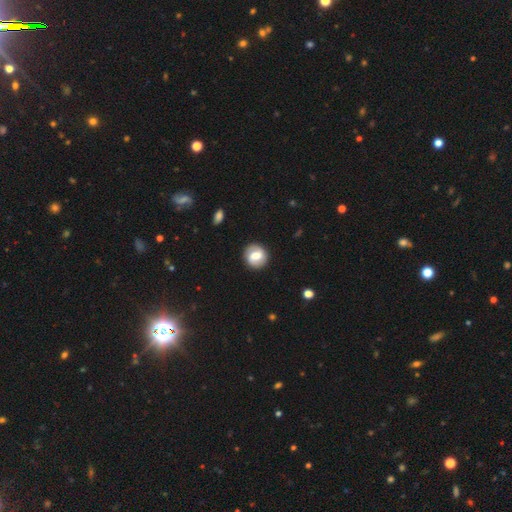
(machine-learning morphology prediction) Overall: smooth (48%; featured or disk 45%). Merging: none (87%).